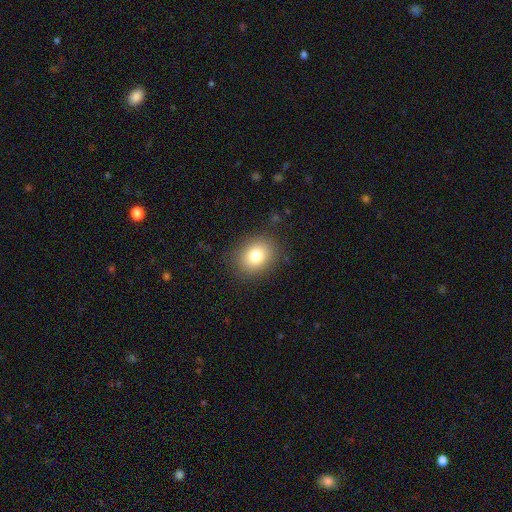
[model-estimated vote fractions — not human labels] Smooth or featured?
  - smooth: 79% *
  - star or artifact: 11%
  - featured or disk: 10%
How rounded?
  - round: 57% *
  - in between: 42%
  - cigar-shaped: 1%
Merging?
  - none: 86% *
  - minor disturbance: 10%
  - major disturbance: 4%
  - merger: 1%